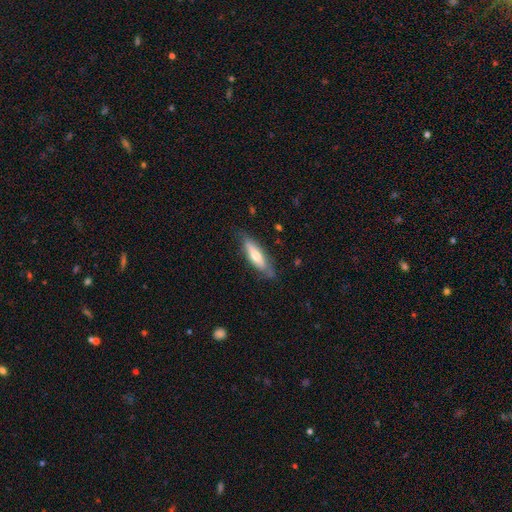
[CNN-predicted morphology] smooth_or_featured: smooth (p=0.54) [alt: featured or disk p=0.40]
how_rounded: cigar-shaped (p=0.59) [alt: in between p=0.39]
merging: none (p=0.76) [alt: minor disturbance p=0.19]